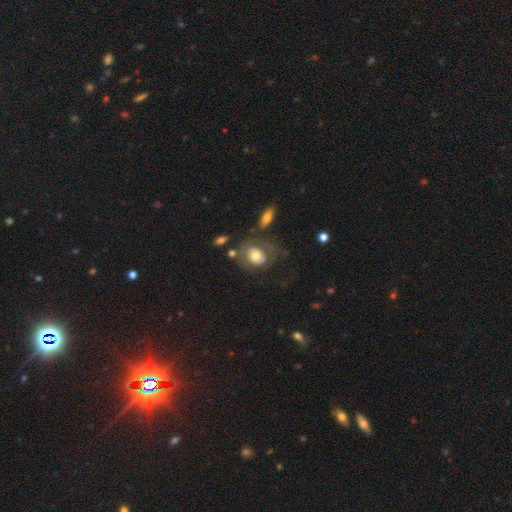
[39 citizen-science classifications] Morphology: type=smooth (59%); roundness=round (65%); merging=none (54%).